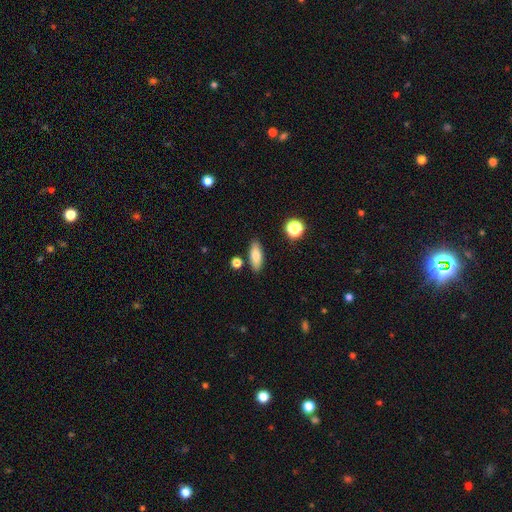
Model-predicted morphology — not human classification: Smooth or featured? Predicted: smooth (p=0.76). How rounded? Predicted: in between (p=0.68). Merging? Predicted: none (p=0.84).